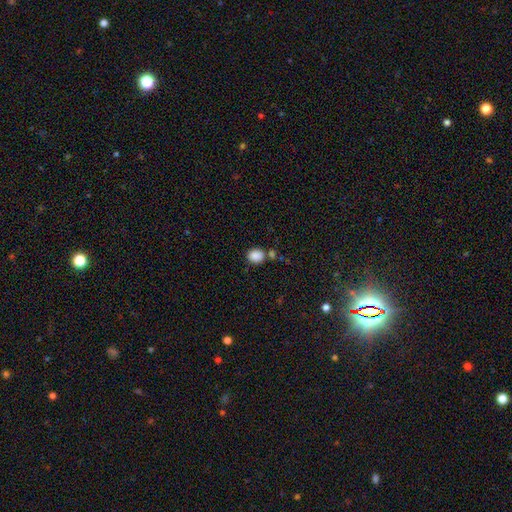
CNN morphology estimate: Smooth or featured?
  - smooth: 87% *
  - star or artifact: 9%
  - featured or disk: 4%
How rounded?
  - round: 60% *
  - in between: 39%
  - cigar-shaped: 1%
Merging?
  - none: 68% *
  - merger: 15%
  - minor disturbance: 13%
  - major disturbance: 4%